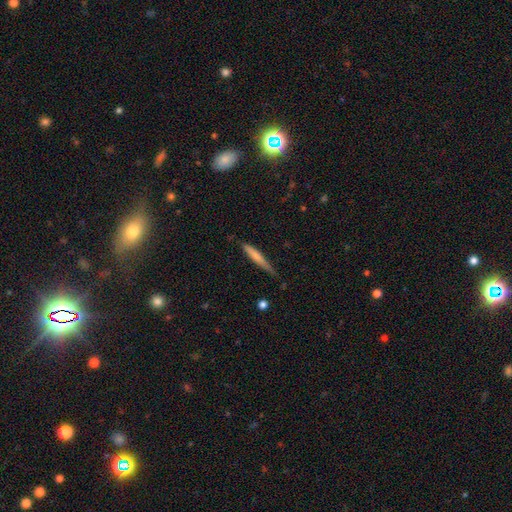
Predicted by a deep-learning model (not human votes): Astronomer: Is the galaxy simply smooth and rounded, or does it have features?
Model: smooth — 66%.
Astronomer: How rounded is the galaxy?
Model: cigar-shaped — 94%.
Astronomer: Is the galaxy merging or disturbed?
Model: none — 68%.